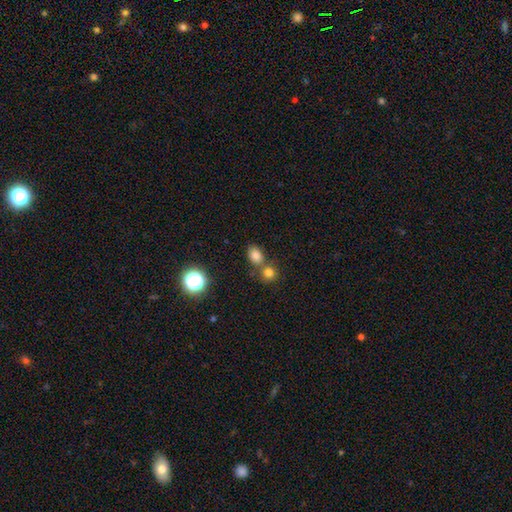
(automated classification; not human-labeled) smooth 79%, star or artifact 14%, featured or disk 7%. Down the decision tree: how rounded — in between (65%); merging — none (59%).